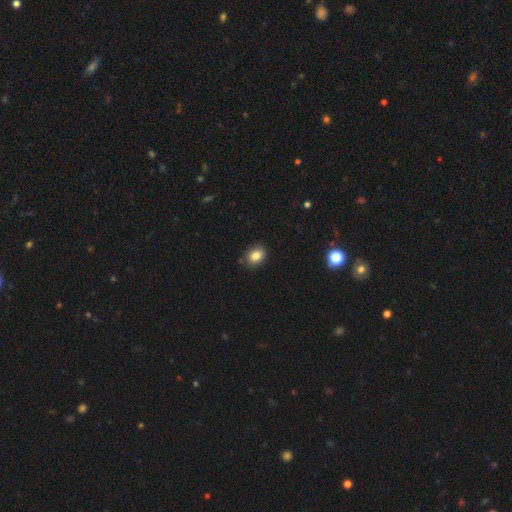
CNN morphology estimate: smooth 85%, star or artifact 9%, featured or disk 6%. Down the decision tree: how rounded — in between (68%); merging — none (84%).